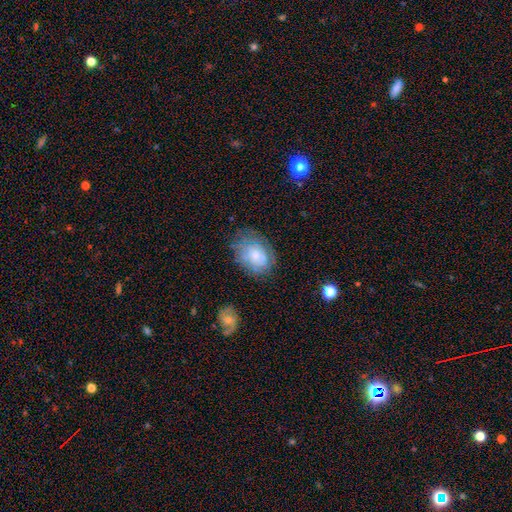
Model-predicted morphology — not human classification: Q: Smooth or featured?
A: smooth (55%); runner-up: featured or disk (35%)
Q: How rounded?
A: in between (72%); runner-up: round (27%)
Q: Merging?
A: none (62%); runner-up: minor disturbance (25%)